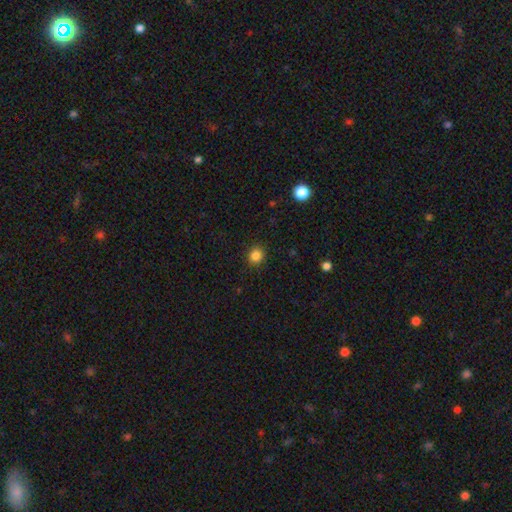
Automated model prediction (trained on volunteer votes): The model was most divided on "how rounded": round: 82%, in between: 17%, cigar-shaped: 1%. More confident: merging — none (91%); smooth or featured — smooth (85%).